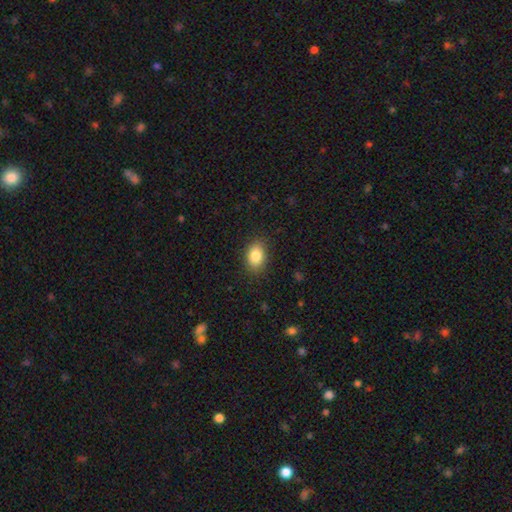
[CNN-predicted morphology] smooth-or-featured: smooth: 85% | star or artifact: 8% | featured or disk: 6%
  how-rounded: in between: 80% | round: 19% | cigar-shaped: 1%
  merging: none: 86% | minor disturbance: 10% | major disturbance: 3% | merger: 1%